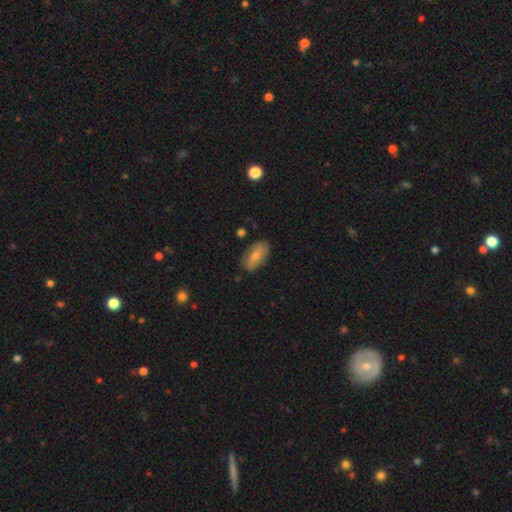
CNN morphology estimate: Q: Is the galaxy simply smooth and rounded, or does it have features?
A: smooth — 63%.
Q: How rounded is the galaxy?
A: in between — 89%.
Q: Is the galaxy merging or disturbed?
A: none — 79%.